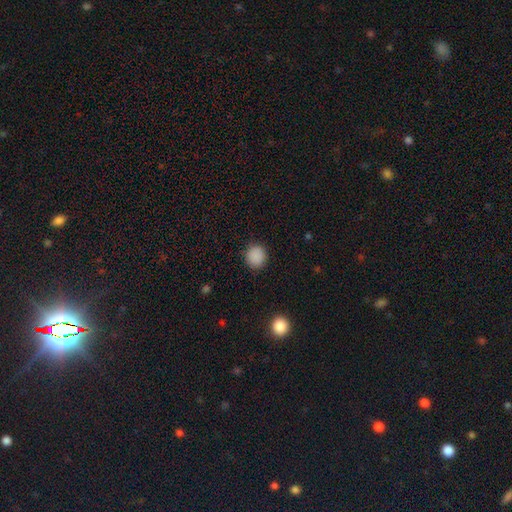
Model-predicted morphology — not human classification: Smooth or featured? smooth (88%)
How rounded? round (88%)
Merging? none (90%)